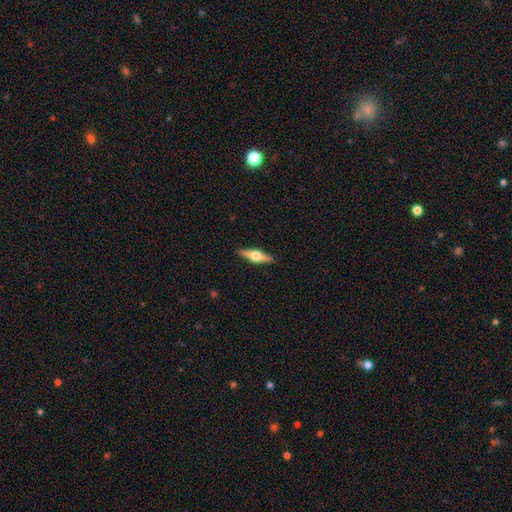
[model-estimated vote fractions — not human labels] Q: Smooth or featured?
A: featured or disk (61%); runner-up: smooth (33%)
Q: Edge-on disk?
A: yes (95%); runner-up: no (5%)
Q: Edge-on bulge?
A: rounded (95%); runner-up: boxy (3%)
Q: Merging?
A: none (90%); runner-up: minor disturbance (7%)